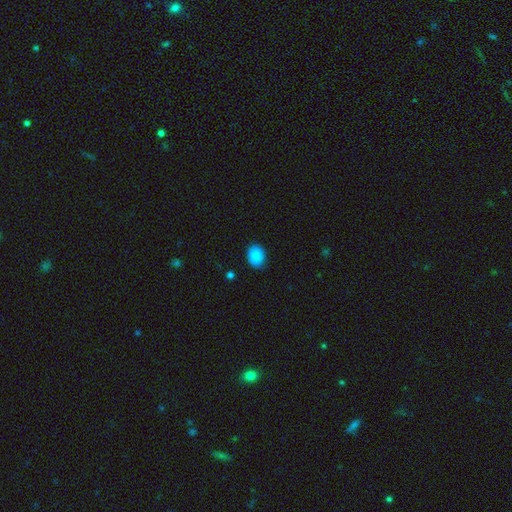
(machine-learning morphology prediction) This appears to be a smooth galaxy with no disk features (89%) that is in between round and cigar-shaped (55%). Merging: none (84%).